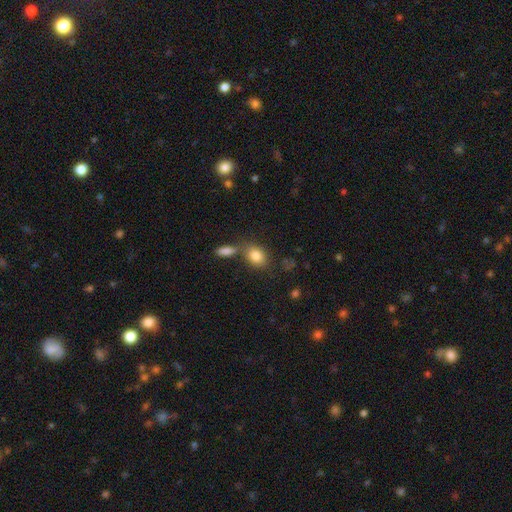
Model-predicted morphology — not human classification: A smooth galaxy with no disk features (83%) that is in between round and cigar-shaped (70%). Merging: none (60%).